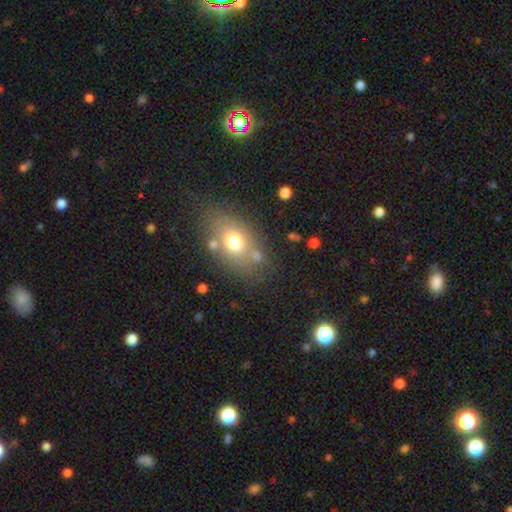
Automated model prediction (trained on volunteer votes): Smooth or featured? smooth (67%)
How rounded? in between (71%)
Merging? none (72%)